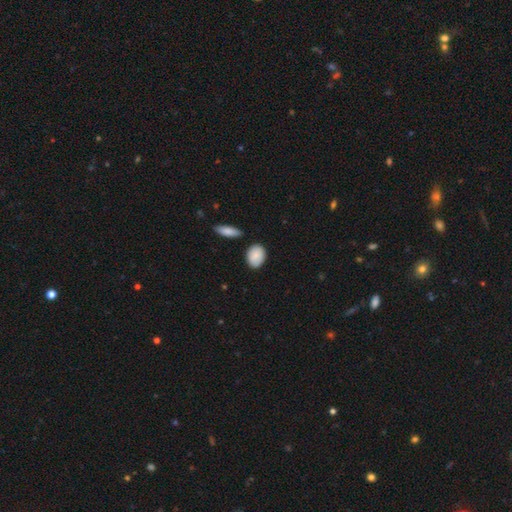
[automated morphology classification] Smooth or featured? smooth (88%)
How rounded? in between (74%)
Merging? none (81%)